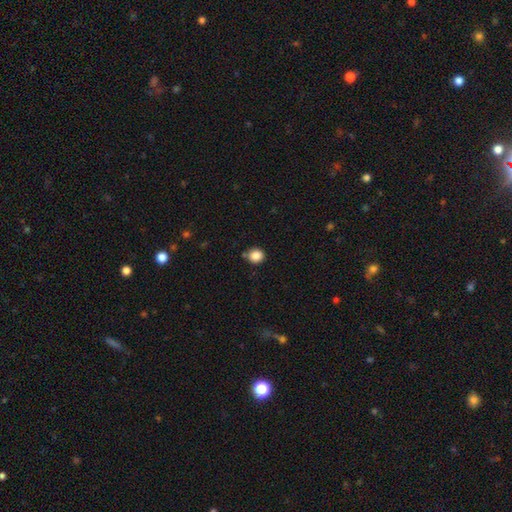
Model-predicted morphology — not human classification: Smooth or featured: smooth — 86% (star or artifact — 10%)
How rounded: round — 81% (in between — 18%)
Merging: none — 80% (minor disturbance — 12%)